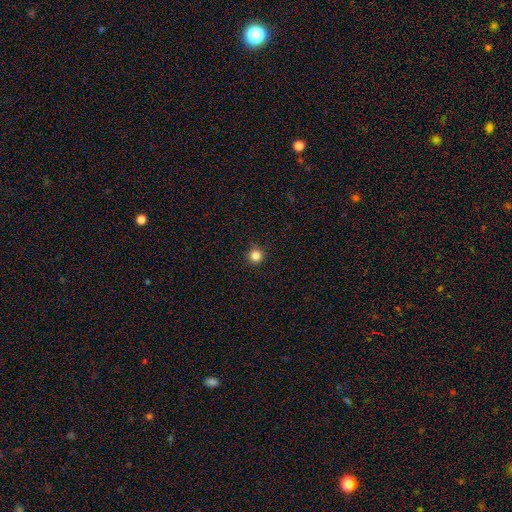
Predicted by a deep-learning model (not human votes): Smooth or featured? smooth (83%)
How rounded? round (96%)
Merging? none (90%)